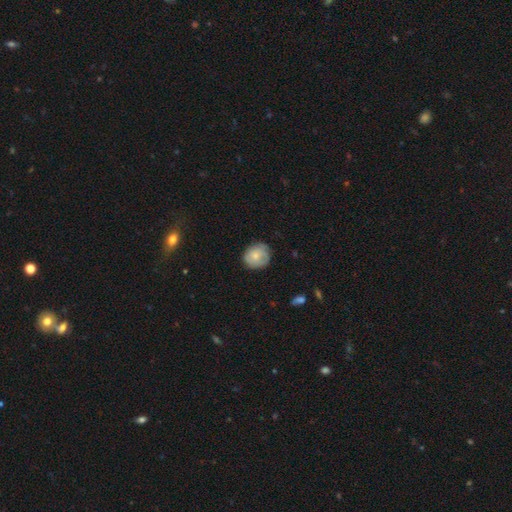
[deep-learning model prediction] Overall: smooth (70%). How rounded: round (83%). Merging: none (75%).